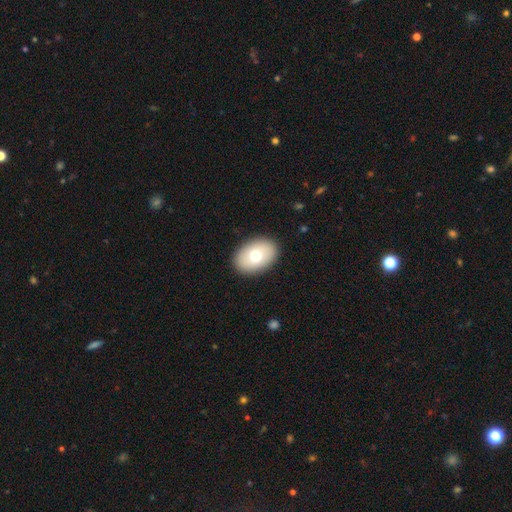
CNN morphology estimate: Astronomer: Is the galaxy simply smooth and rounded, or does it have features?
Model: smooth — 72%.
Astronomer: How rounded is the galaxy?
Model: in between — 85%.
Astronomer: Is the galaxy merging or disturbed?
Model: none — 89%.